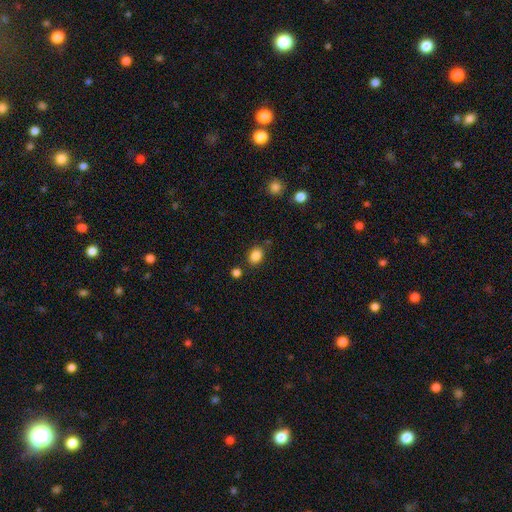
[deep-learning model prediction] Smooth or featured?
  - smooth: 86% *
  - star or artifact: 10%
  - featured or disk: 5%
How rounded?
  - in between: 71% *
  - round: 28%
  - cigar-shaped: 1%
Merging?
  - none: 78% *
  - minor disturbance: 13%
  - merger: 6%
  - major disturbance: 4%